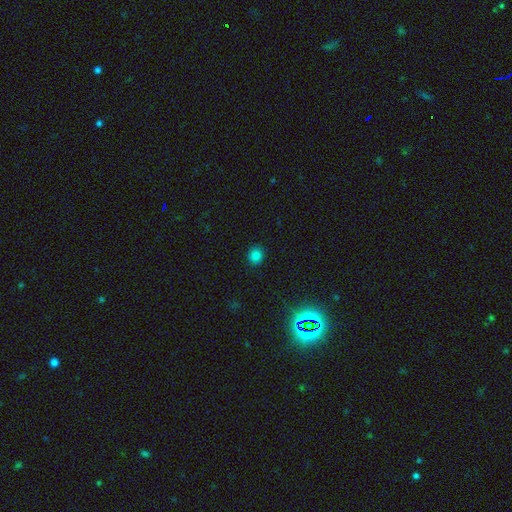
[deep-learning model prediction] This appears to be a smooth galaxy with no disk features (80%) that is round (83%). Merging: none (90%).